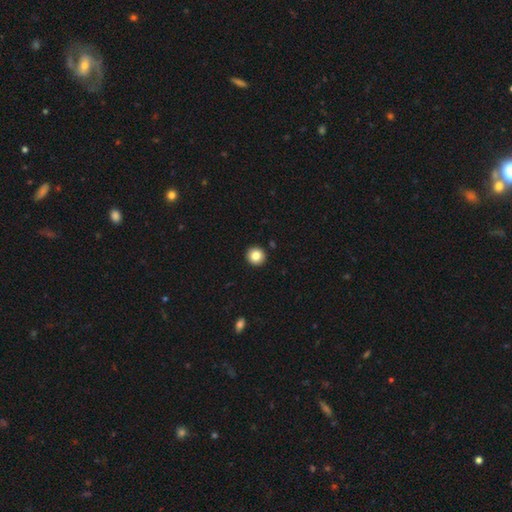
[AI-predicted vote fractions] Overall: smooth (85%). How rounded: round (94%). Merging: none (93%).